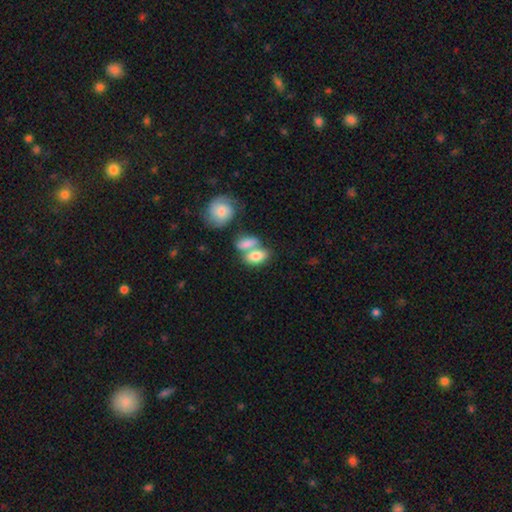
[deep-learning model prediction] Morphology: type=smooth (77%); roundness=in between (86%); merging=merger (53%).